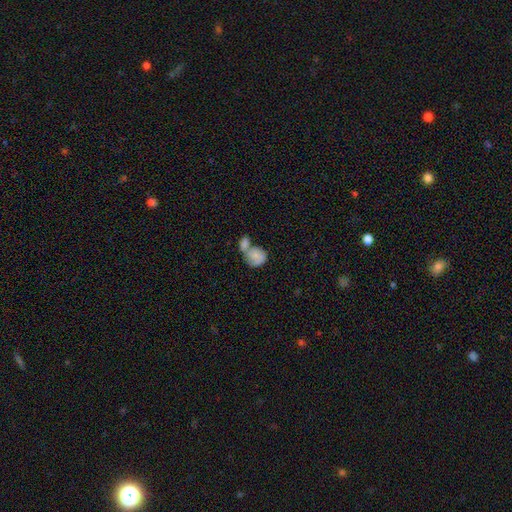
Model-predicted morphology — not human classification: Smooth or featured?
  - smooth: 68% *
  - featured or disk: 25%
  - star or artifact: 7%
How rounded?
  - round: 58% *
  - in between: 40%
  - cigar-shaped: 1%
Merging?
  - merger: 64% *
  - none: 18%
  - minor disturbance: 10%
  - major disturbance: 7%